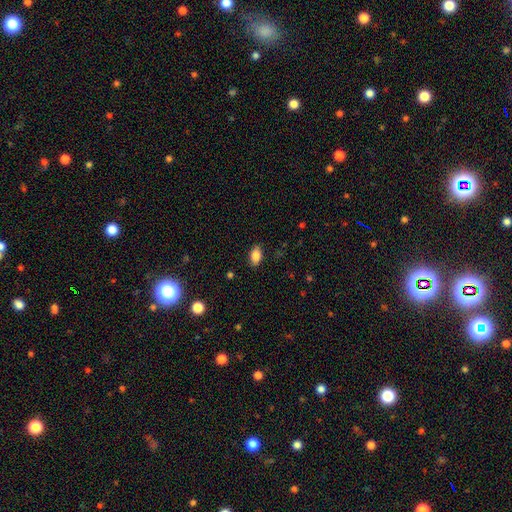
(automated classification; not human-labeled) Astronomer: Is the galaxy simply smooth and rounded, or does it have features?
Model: smooth — 86%.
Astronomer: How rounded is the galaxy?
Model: in between — 90%.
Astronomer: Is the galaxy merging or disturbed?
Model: none — 86%.